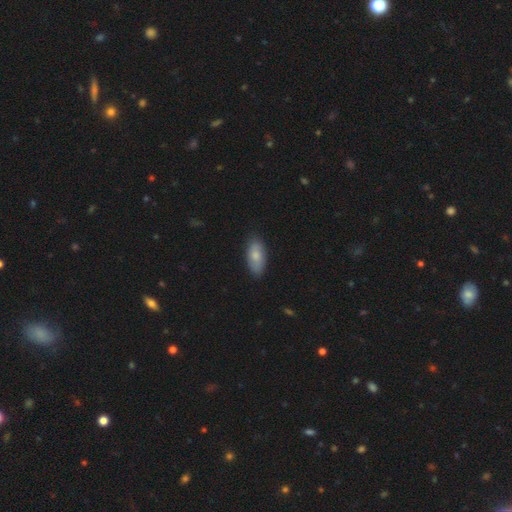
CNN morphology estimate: Smooth or featured? Predicted: smooth (p=0.75). How rounded? Predicted: in between (p=0.90). Merging? Predicted: none (p=0.83).